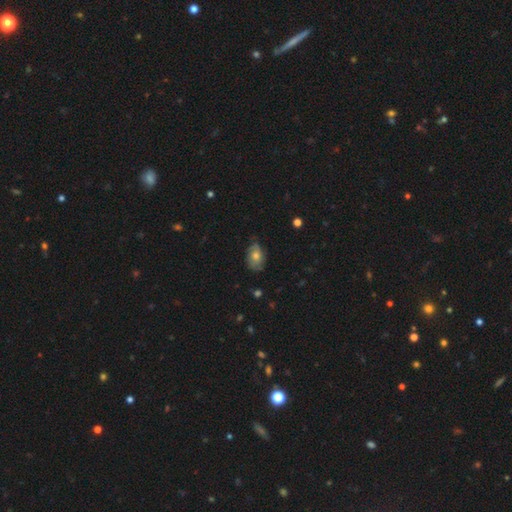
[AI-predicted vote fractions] A smooth galaxy with no disk features (51%) that is in between round and cigar-shaped (83%).

Vote fractions:
- Smooth or featured? smooth: 51% / featured or disk: 39% / star or artifact: 9%
- How rounded? in between: 83% / round: 15% / cigar-shaped: 2%
- Merging? none: 67% / minor disturbance: 25% / major disturbance: 6% / merger: 1%